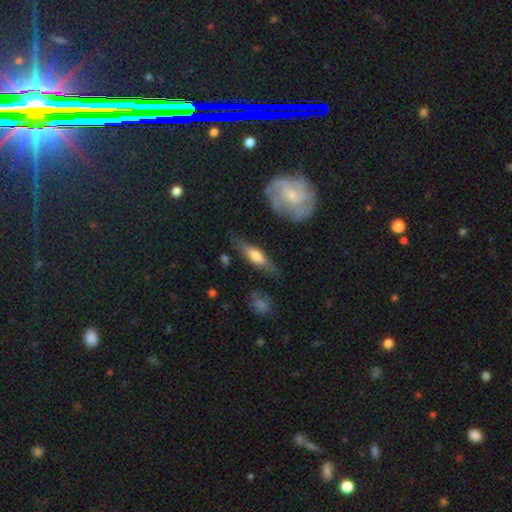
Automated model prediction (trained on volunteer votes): The model was most divided on "smooth or featured": featured or disk: 51%, smooth: 43%, star or artifact: 6%. More confident: edge-on disk — yes (84%); merging — none (75%).